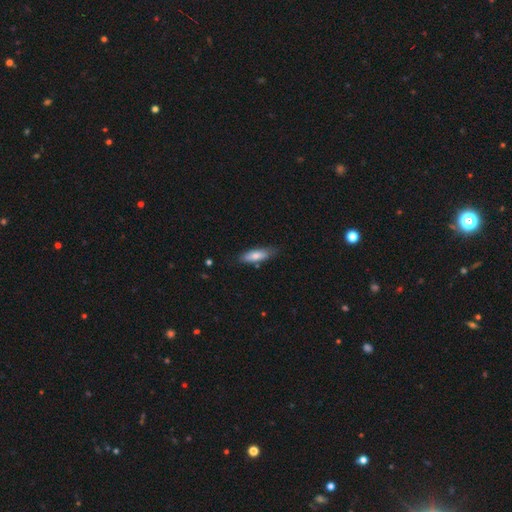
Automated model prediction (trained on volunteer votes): smooth-or-featured: smooth: 76% | featured or disk: 18% | star or artifact: 6%
  how-rounded: in between: 50% | cigar-shaped: 48% | round: 2%
  merging: none: 77% | minor disturbance: 18% | major disturbance: 3% | merger: 2%